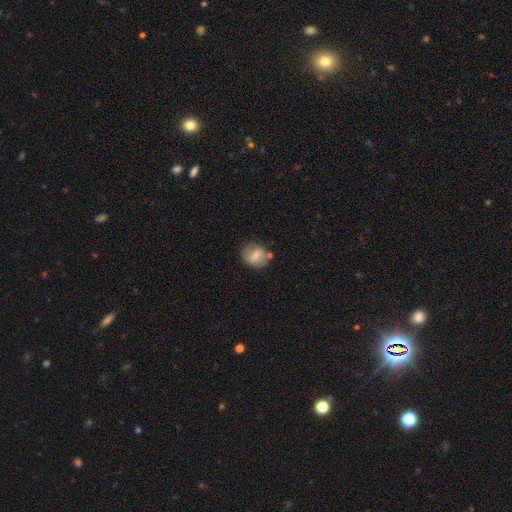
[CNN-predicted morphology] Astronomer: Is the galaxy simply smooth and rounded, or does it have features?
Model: smooth — 71%.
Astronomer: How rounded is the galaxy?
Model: round — 69%.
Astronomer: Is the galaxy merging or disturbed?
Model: none — 70%.